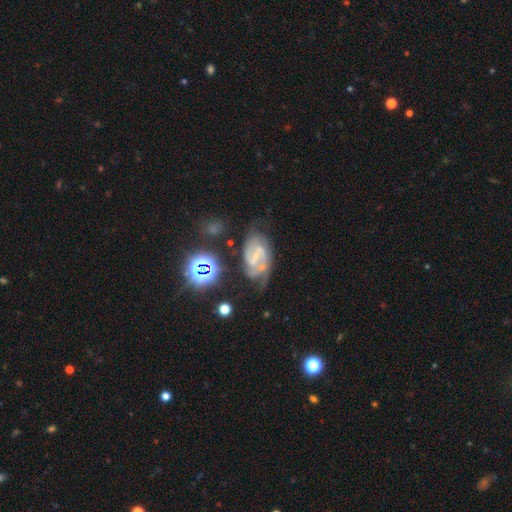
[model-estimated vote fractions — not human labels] This appears to be a featured or disk galaxy (80%) with a weak bar (51%), 2 (75%) medium (50%) spiral arms (95%) and a small central bulge (63%). Merging: none (57%).